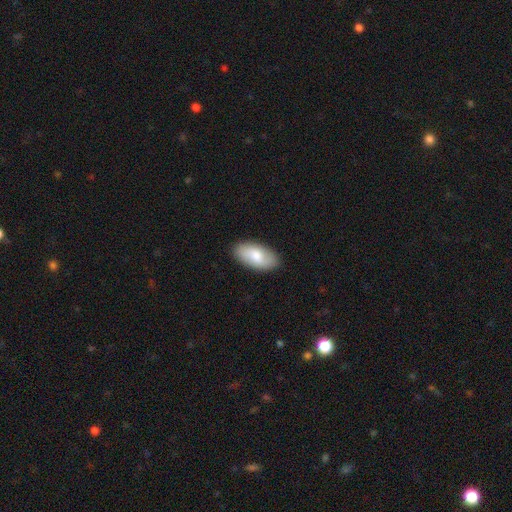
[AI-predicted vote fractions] The model was most divided on "smooth or featured": smooth: 78%, featured or disk: 16%, star or artifact: 6%. More confident: how rounded — in between (93%); merging — none (87%).